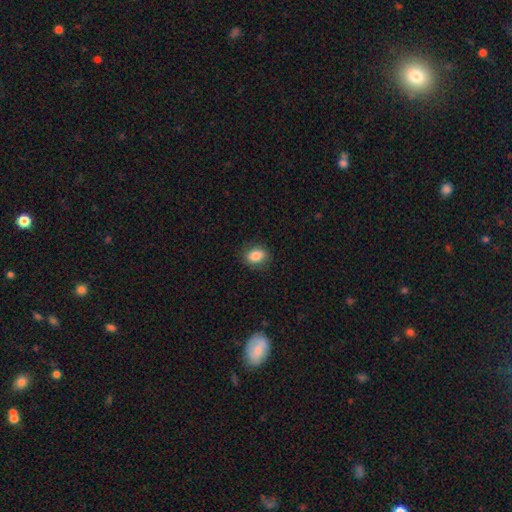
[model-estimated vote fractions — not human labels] A smooth galaxy with no disk features (86%) that is in between round and cigar-shaped (66%). Merging: none (85%).